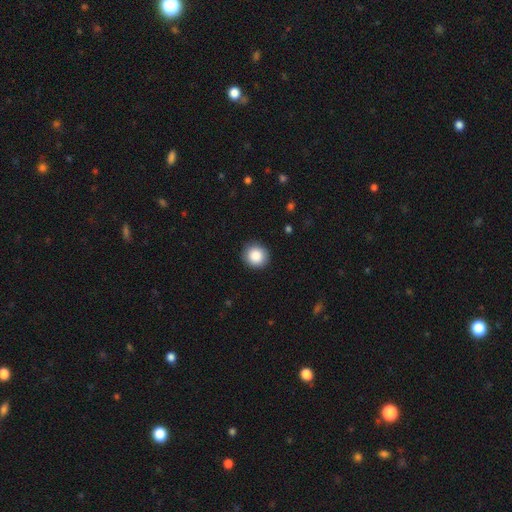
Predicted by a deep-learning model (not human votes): This appears to be a smooth galaxy with no disk features (88%) that is round (92%). Merging: none (90%).